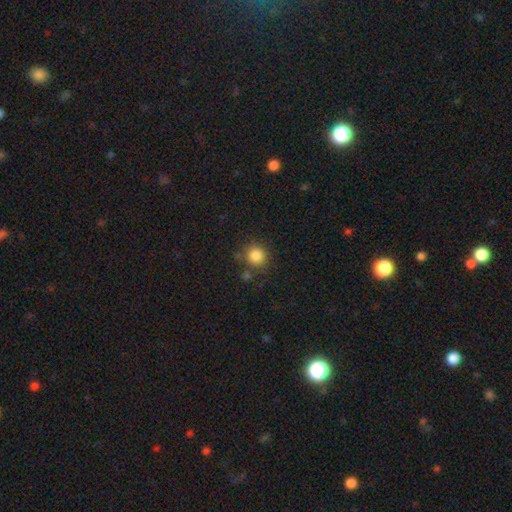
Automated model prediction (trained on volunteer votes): smooth_or_featured: smooth (p=0.85) [alt: star or artifact p=0.11]
how_rounded: round (p=0.91) [alt: in between p=0.09]
merging: none (p=0.79) [alt: minor disturbance p=0.11]